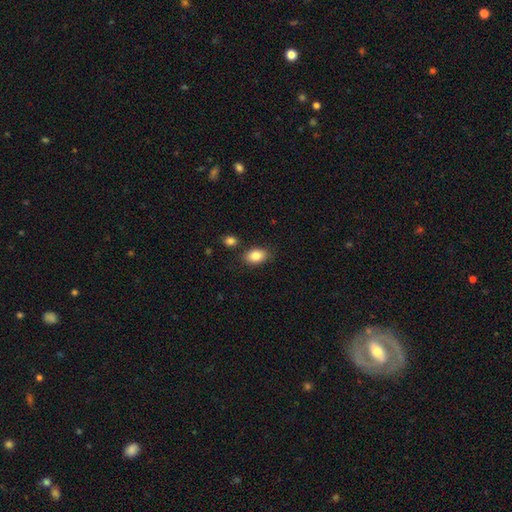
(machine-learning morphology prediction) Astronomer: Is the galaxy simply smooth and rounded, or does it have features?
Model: smooth — 86%.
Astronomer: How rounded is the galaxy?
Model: in between — 86%.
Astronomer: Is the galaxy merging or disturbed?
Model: none — 81%.